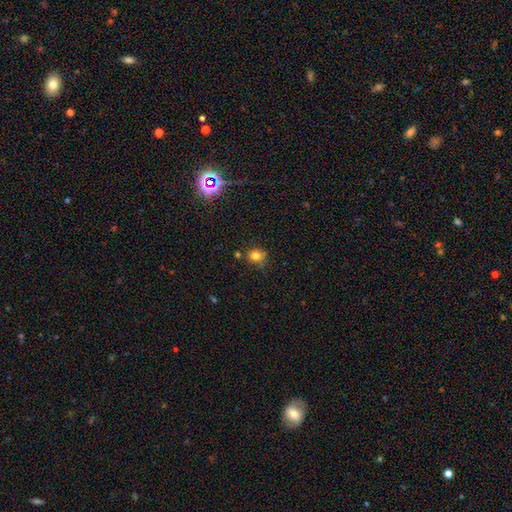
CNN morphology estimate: Smooth or featured? smooth (78%)
How rounded? round (72%)
Merging? none (67%)